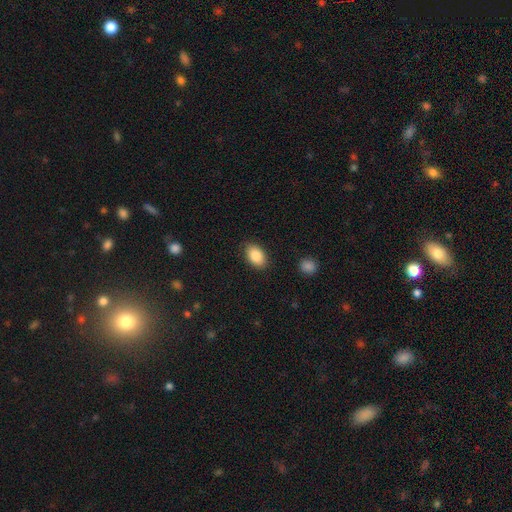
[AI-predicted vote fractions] Smooth or featured? smooth (87%)
How rounded? in between (90%)
Merging? none (86%)